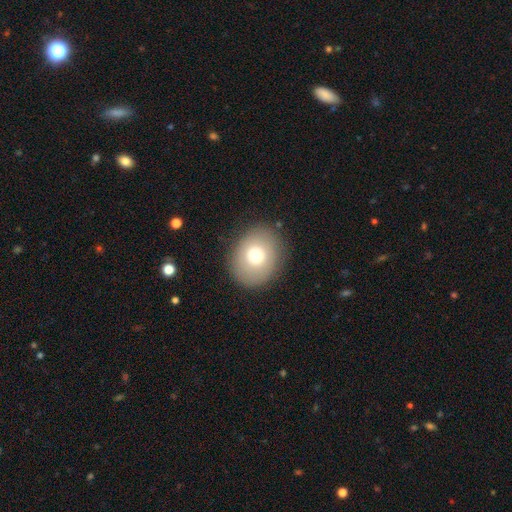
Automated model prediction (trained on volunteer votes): Smooth or featured: smooth — 72% (featured or disk — 18%)
How rounded: round — 59% (in between — 40%)
Merging: none — 86% (minor disturbance — 9%)